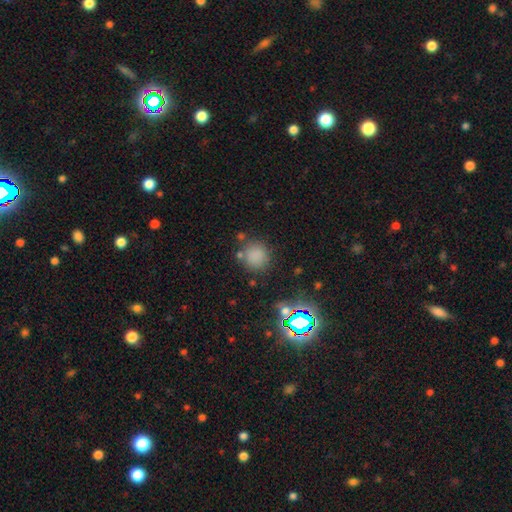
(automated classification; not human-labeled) The model was most divided on "smooth or featured": smooth: 77%, star or artifact: 16%, featured or disk: 6%. More confident: how rounded — round (89%); merging — none (76%).